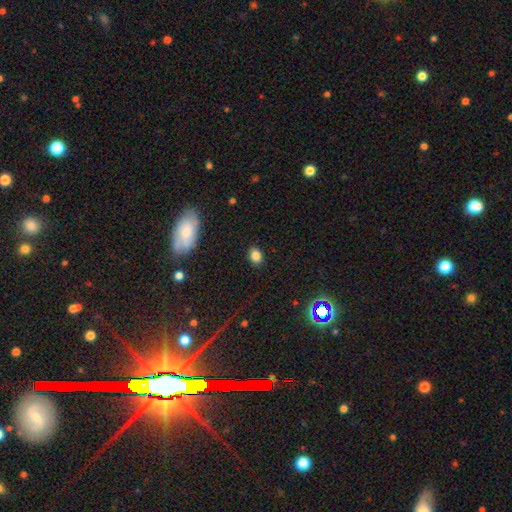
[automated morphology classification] A smooth galaxy with no disk features (83%) that is in between round and cigar-shaped (65%).

Vote fractions:
- Smooth or featured? smooth: 83% / star or artifact: 11% / featured or disk: 6%
- How rounded? in between: 65% / round: 34% / cigar-shaped: 1%
- Merging? none: 87% / minor disturbance: 9% / major disturbance: 2% / merger: 1%